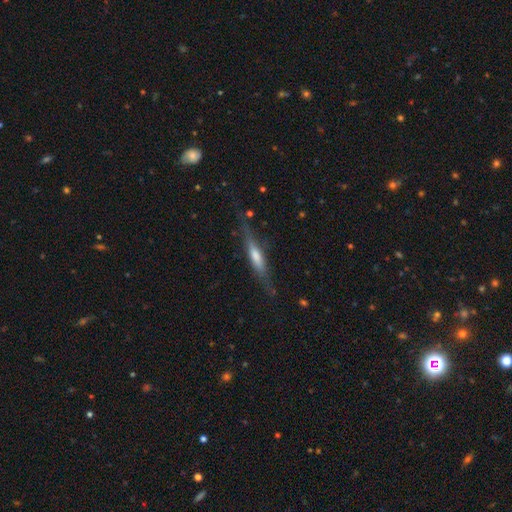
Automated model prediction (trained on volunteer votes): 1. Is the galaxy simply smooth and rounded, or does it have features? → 58% featured or disk, 35% smooth, 7% star or artifact.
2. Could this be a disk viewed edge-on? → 92% yes, 8% no.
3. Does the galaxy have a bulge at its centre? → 51% rounded, 25% boxy, 24% none.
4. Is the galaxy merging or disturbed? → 75% none, 17% minor disturbance, 6% major disturbance, 2% merger.